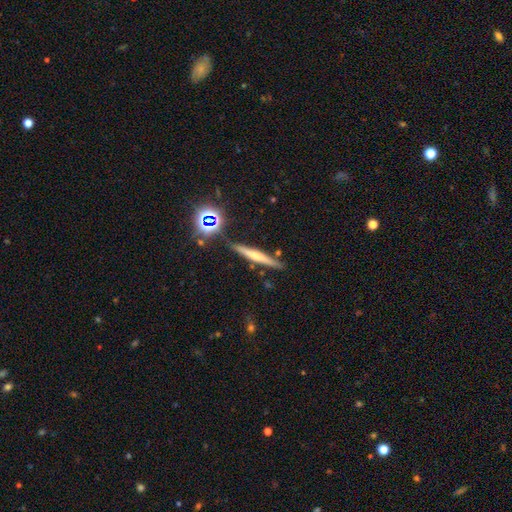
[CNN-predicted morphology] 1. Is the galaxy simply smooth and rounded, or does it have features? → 46% featured or disk, 42% smooth, 11% star or artifact.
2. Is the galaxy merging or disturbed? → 82% none, 11% minor disturbance, 5% merger, 2% major disturbance.